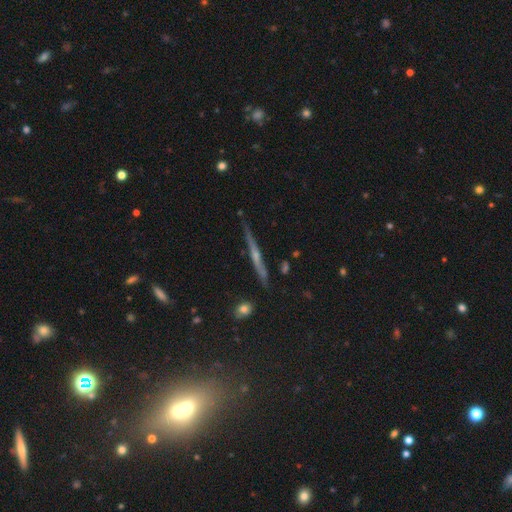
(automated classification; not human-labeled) smooth_or_featured: featured or disk (p=0.69) [alt: smooth p=0.21]
disk_edge_on: yes (p=0.96) [alt: no p=0.04]
edge_on_bulge: rounded (p=0.58) [alt: none p=0.33]
merging: none (p=0.83) [alt: minor disturbance p=0.12]